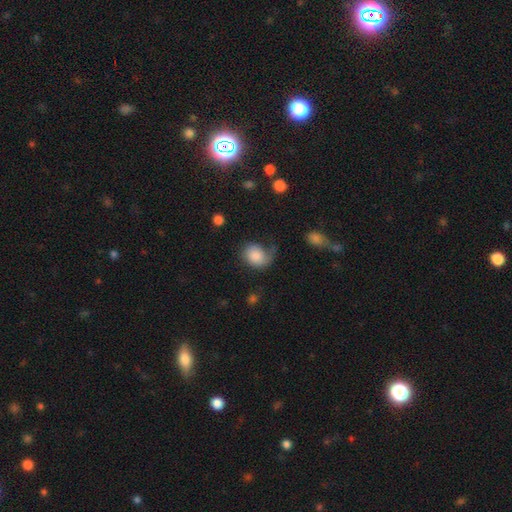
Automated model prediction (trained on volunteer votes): Smooth or featured?
  - smooth: 74% *
  - featured or disk: 18%
  - star or artifact: 8%
How rounded?
  - round: 56% *
  - in between: 43%
  - cigar-shaped: 1%
Merging?
  - none: 39% *
  - major disturbance: 29%
  - minor disturbance: 28%
  - merger: 4%